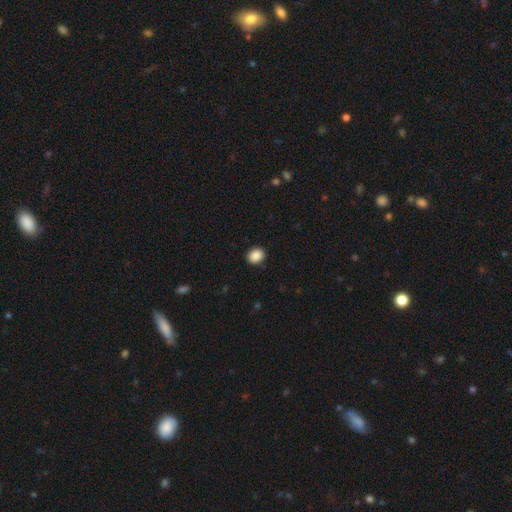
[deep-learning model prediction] This is clearly a smooth galaxy (89%). How rounded: possibly round (60%). Merging: clearly none (90%).